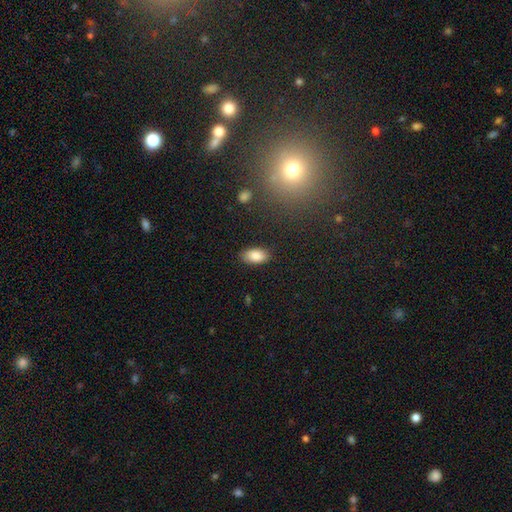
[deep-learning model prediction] Morphology: type=smooth (86%); roundness=in between (93%); merging=none (84%).